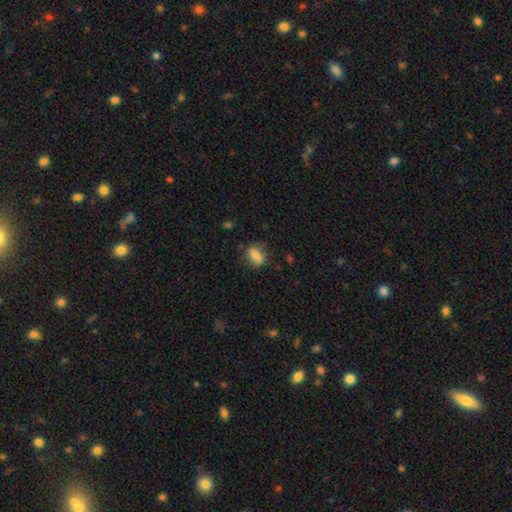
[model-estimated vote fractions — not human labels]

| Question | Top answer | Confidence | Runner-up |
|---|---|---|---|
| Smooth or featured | smooth | 78% | featured or disk (14%) |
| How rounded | in between | 75% | round (20%) |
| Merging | none | 74% | minor disturbance (19%) |